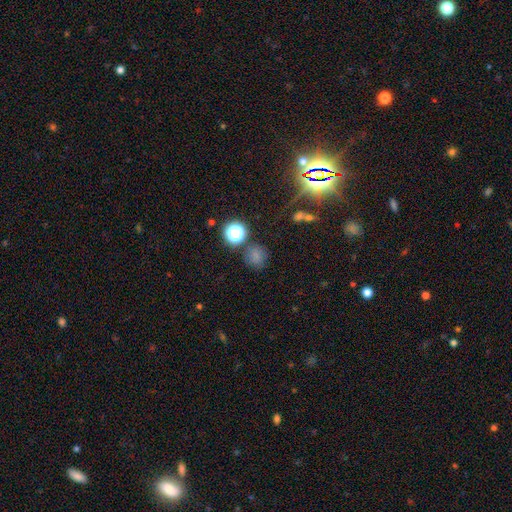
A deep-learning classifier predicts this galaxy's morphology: The model was most divided on "smooth or featured": smooth: 69%, star or artifact: 24%, featured or disk: 7%. More confident: how rounded — round (86%); merging — none (76%).